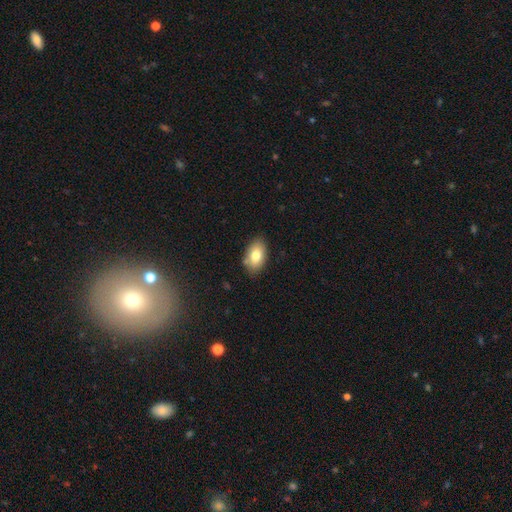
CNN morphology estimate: Overall: smooth (78%). How rounded: in between (91%). Merging: none (78%).